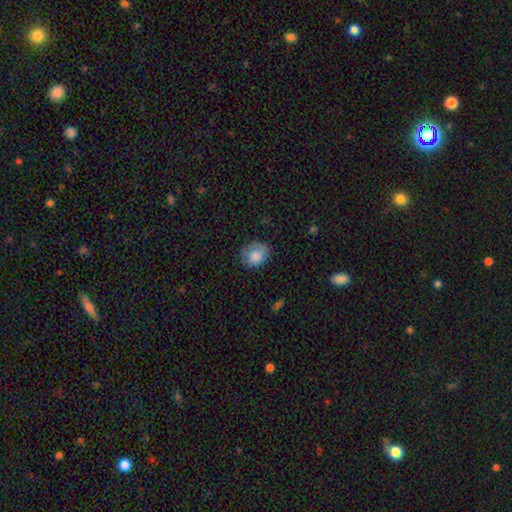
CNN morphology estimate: Smooth or featured? smooth (79%)
How rounded? round (60%)
Merging? none (66%)